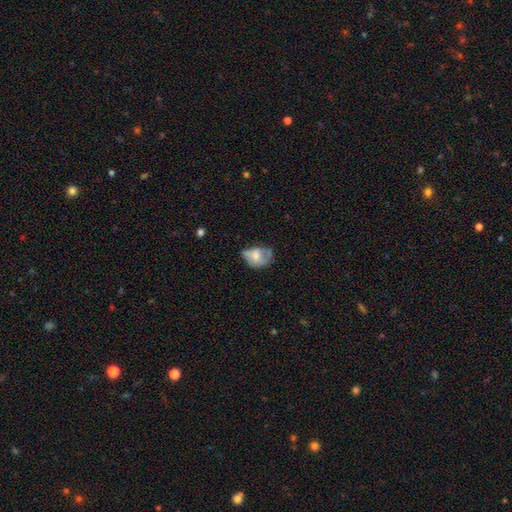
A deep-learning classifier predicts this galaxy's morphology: This is possibly a smooth galaxy (59%). How rounded: likely in between (72%). Merging: marginally minor disturbance (37%).